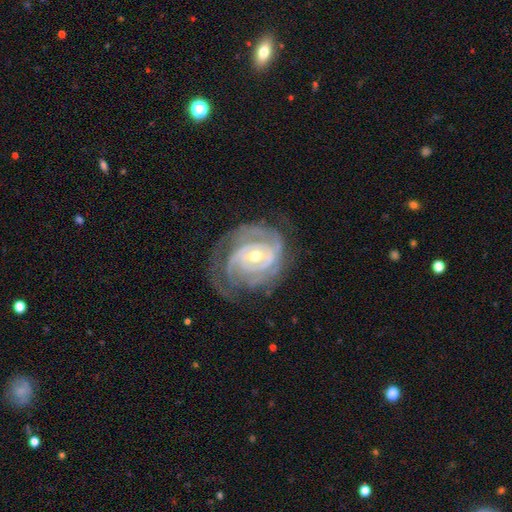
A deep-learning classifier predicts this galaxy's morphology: Overall: featured or disk (89%). Edge-on disk: no (97%). Bar: no (57%; weak 30%). Spiral arms: yes (96%). Spiral arm count: can't tell (28%; 2 27%). Spiral winding: tight (74%). Bulge size: moderate (55%; small 41%). Merging: none (65%).